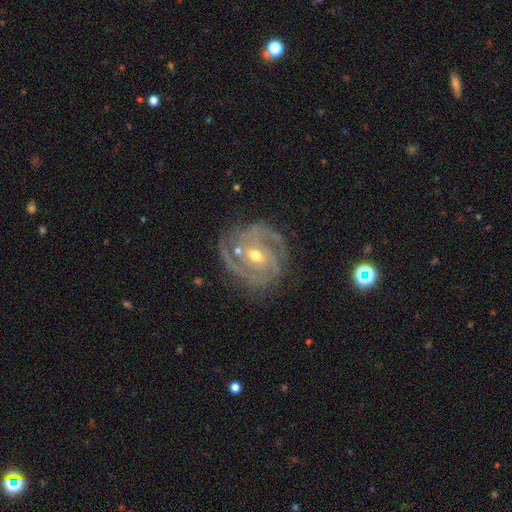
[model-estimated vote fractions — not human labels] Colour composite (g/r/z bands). It shows a featured or disk galaxy (90%) with a weak bar (46%), 3 (39%) tight (67%) spiral arms (98%) and a moderate central bulge (61%). Merging: none (74%).